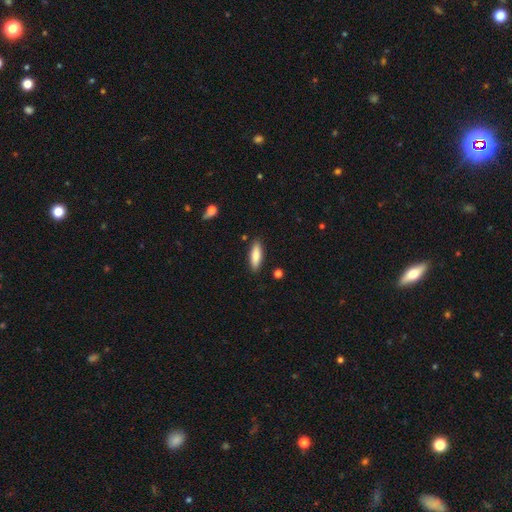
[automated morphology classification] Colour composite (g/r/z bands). It shows a smooth galaxy with no disk features (81%) that is cigar-shaped (53%). Merging: none (87%).